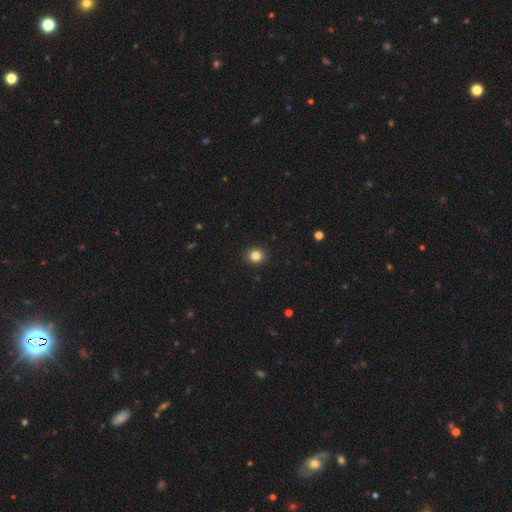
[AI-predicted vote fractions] smooth 84%, star or artifact 12%, featured or disk 5%. Down the decision tree: how rounded — round (89%); merging — none (92%).